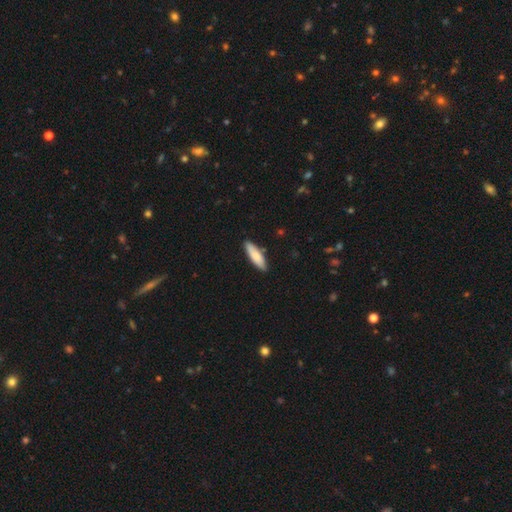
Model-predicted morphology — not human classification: smooth_or_featured: smooth (p=0.80) [alt: featured or disk p=0.15]
how_rounded: cigar-shaped (p=0.58) [alt: in between p=0.41]
merging: none (p=0.86) [alt: minor disturbance p=0.11]